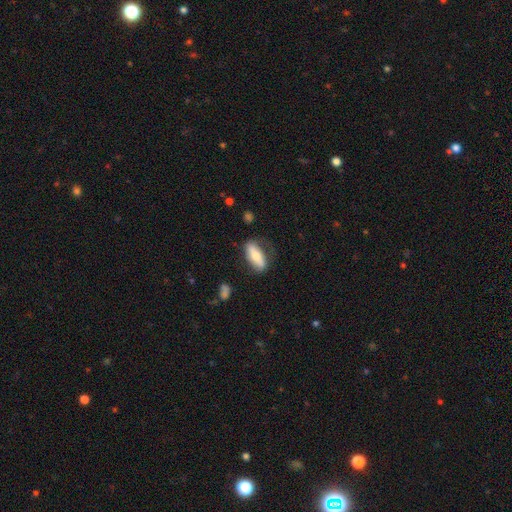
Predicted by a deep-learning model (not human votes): smooth-or-featured: smooth: 56% | featured or disk: 38% | star or artifact: 6%
  how-rounded: in between: 65% | cigar-shaped: 32% | round: 3%
  merging: none: 66% | minor disturbance: 22% | major disturbance: 10% | merger: 2%